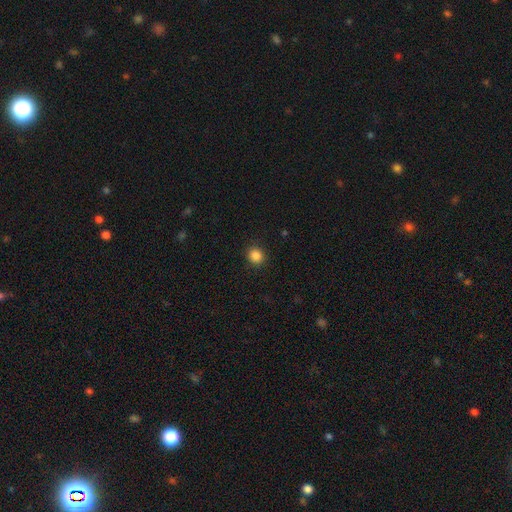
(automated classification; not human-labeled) This is clearly a smooth galaxy (86%). How rounded: clearly round (85%). Merging: clearly none (90%).